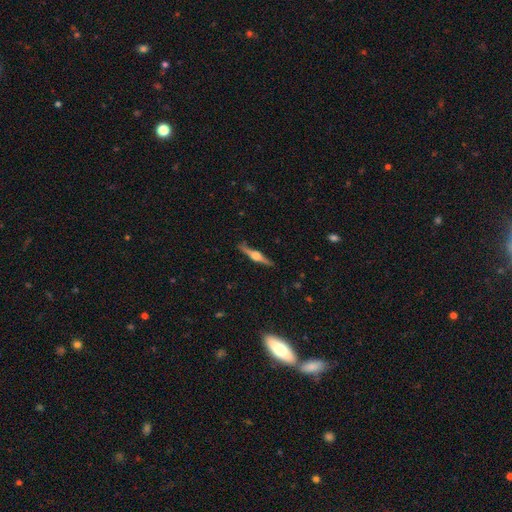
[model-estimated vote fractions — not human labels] Smooth or featured?
  - featured or disk: 80% *
  - smooth: 15%
  - star or artifact: 5%
Edge-on disk?
  - yes: 98% *
  - no: 2%
Edge-on bulge?
  - rounded: 92% *
  - boxy: 6%
  - none: 2%
Merging?
  - none: 90% *
  - minor disturbance: 7%
  - major disturbance: 2%
  - merger: 1%